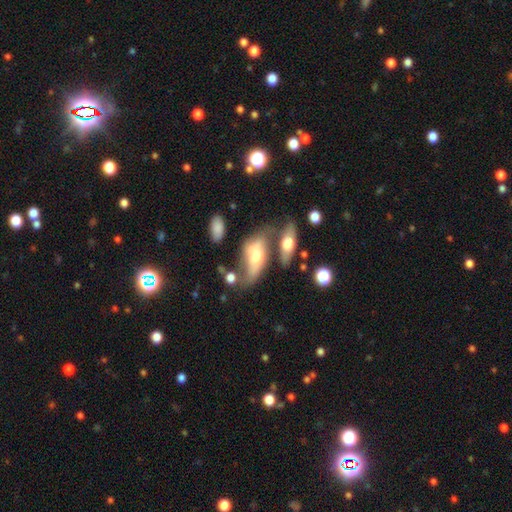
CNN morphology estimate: A smooth galaxy with no disk features (51%) that is in between round and cigar-shaped (84%). Merging: none (34%).